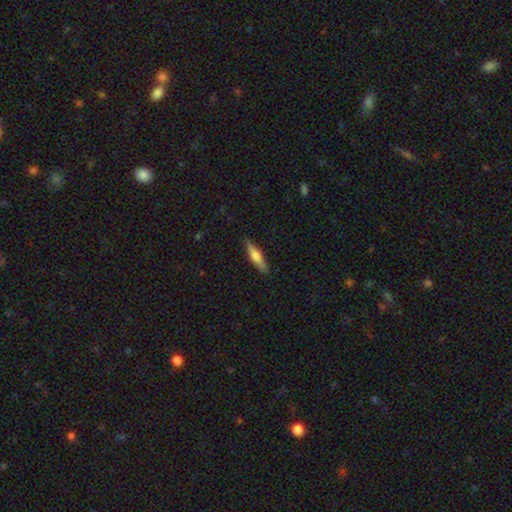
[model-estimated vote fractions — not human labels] Overall: smooth (47%, tied with featured or disk). Merging: none (90%).